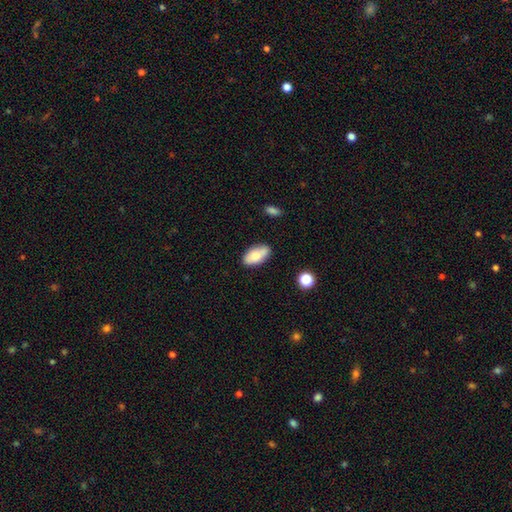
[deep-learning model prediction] Smooth or featured? Predicted: smooth (p=0.78). How rounded? Predicted: in between (p=0.92). Merging? Predicted: none (p=0.78).